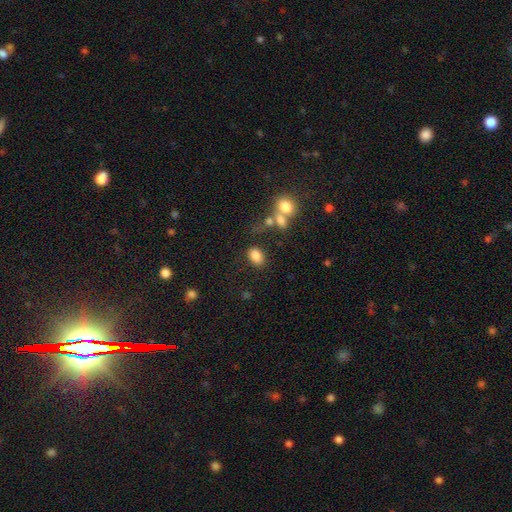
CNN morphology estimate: smooth-or-featured: smooth: 83% | star or artifact: 10% | featured or disk: 7%
  how-rounded: in between: 84% | round: 15% | cigar-shaped: 2%
  merging: none: 71% | minor disturbance: 13% | merger: 10% | major disturbance: 6%